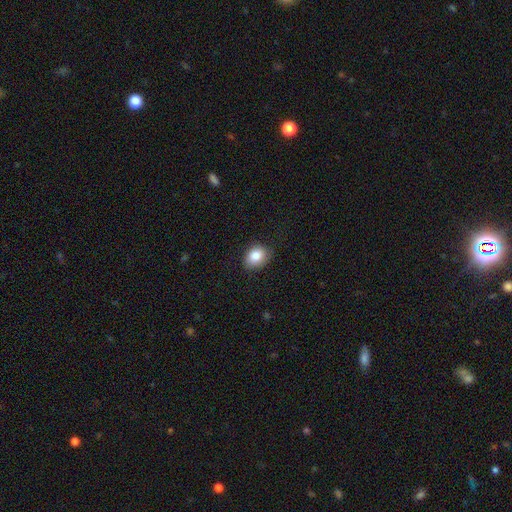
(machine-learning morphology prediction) Overall: smooth (85%). How rounded: in between (61%; round 38%). Merging: none (78%).